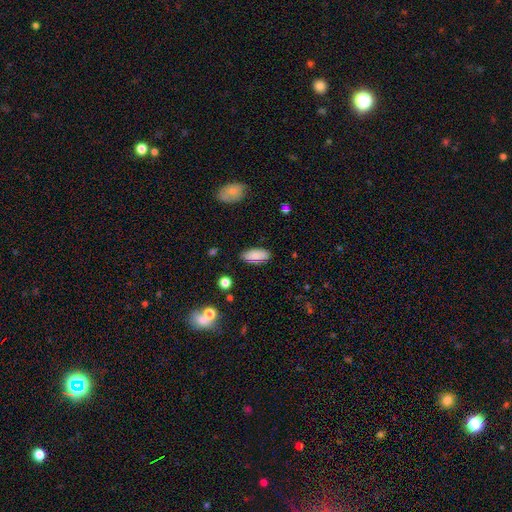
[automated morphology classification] Smooth or featured?
  - smooth: 85% *
  - featured or disk: 7%
  - star or artifact: 7%
How rounded?
  - in between: 85% *
  - cigar-shaped: 13%
  - round: 2%
Merging?
  - none: 84% *
  - minor disturbance: 11%
  - major disturbance: 3%
  - merger: 2%